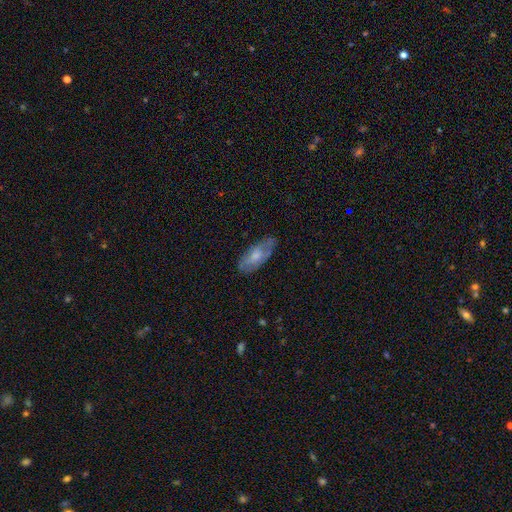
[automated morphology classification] type=smooth (56%); roundness=in between (81%); merging=none (69%).